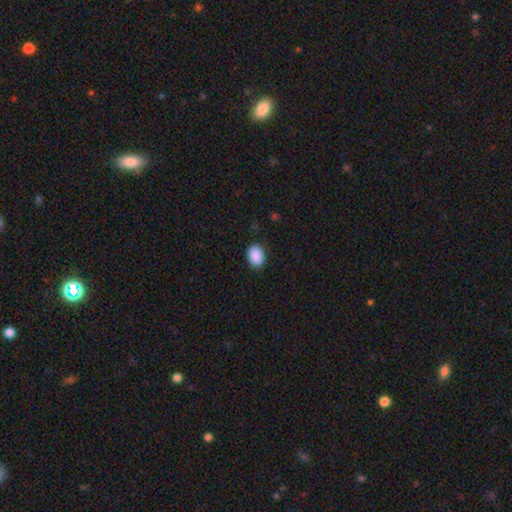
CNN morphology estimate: Smooth or featured?
  - smooth: 90% *
  - star or artifact: 7%
  - featured or disk: 3%
How rounded?
  - in between: 72% *
  - round: 27%
  - cigar-shaped: 1%
Merging?
  - none: 88% *
  - minor disturbance: 9%
  - major disturbance: 2%
  - merger: 1%